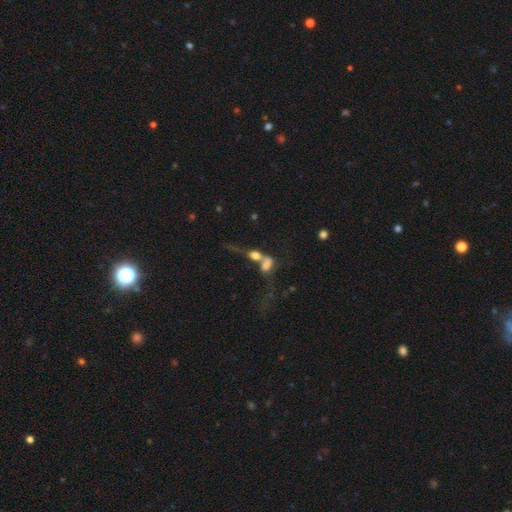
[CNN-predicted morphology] This is possibly a smooth galaxy (56%). How rounded: likely in between (66%). Merging: likely merger (71%).